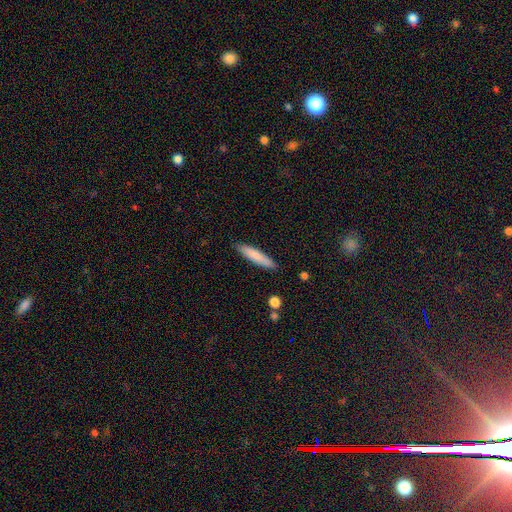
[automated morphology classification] This appears to be a smooth galaxy with no disk features (78%) that is cigar-shaped (86%). Merging: none (87%).